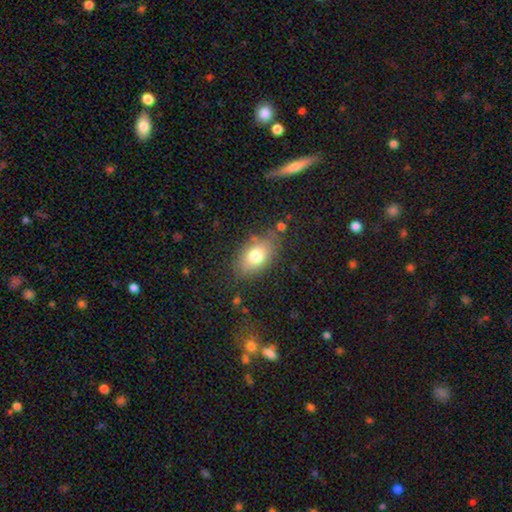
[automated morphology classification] Smooth or featured? Predicted: smooth (p=0.76). How rounded? Predicted: in between (p=0.85). Merging? Predicted: none (p=0.74).